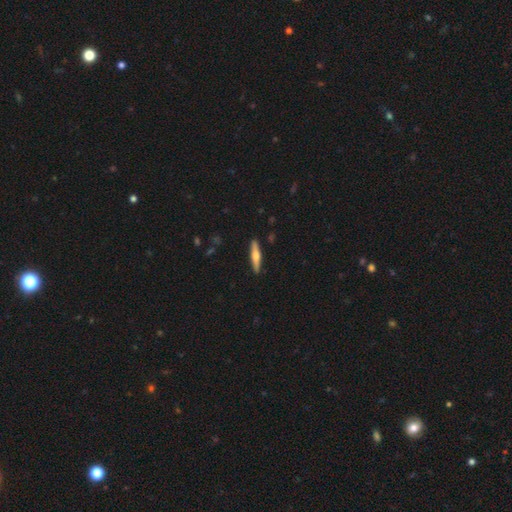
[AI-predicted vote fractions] Overall: featured or disk (53%; smooth 42%). Edge-on disk: yes (96%). Edge-on bulge: rounded (88%). Merging: none (90%).